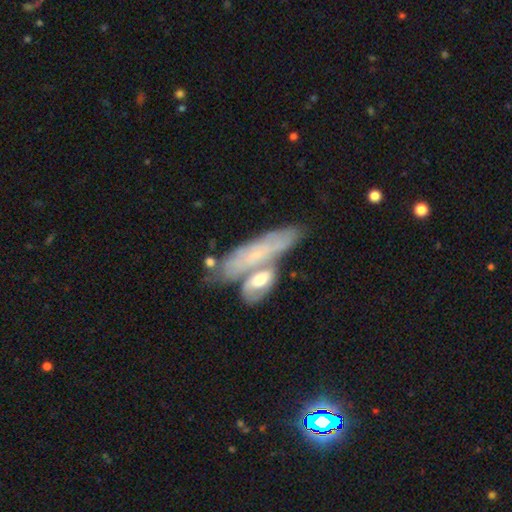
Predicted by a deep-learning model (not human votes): A featured or disk galaxy (55%). Merging: none (42%).